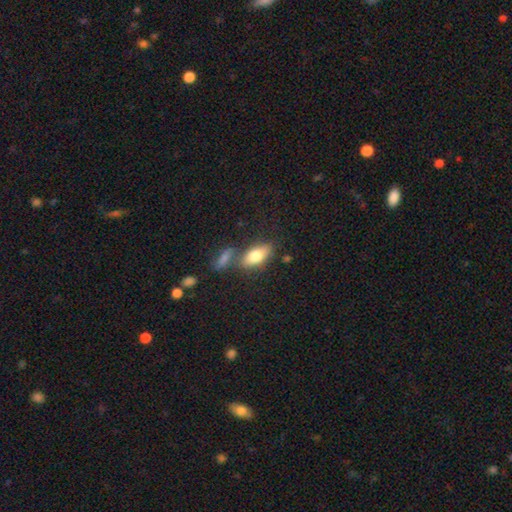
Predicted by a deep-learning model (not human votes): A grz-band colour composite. It shows a smooth galaxy with no disk features (76%) that is in between round and cigar-shaped (85%). Merging: none (62%).